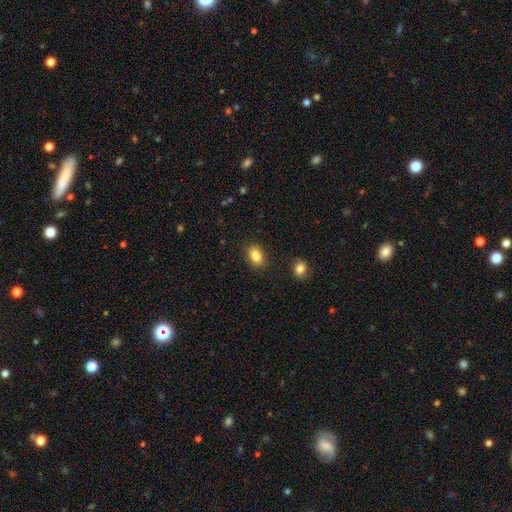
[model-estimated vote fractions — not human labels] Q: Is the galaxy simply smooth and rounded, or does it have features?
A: smooth — 84%.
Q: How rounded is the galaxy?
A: in between — 79%.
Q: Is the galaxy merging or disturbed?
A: none — 87%.